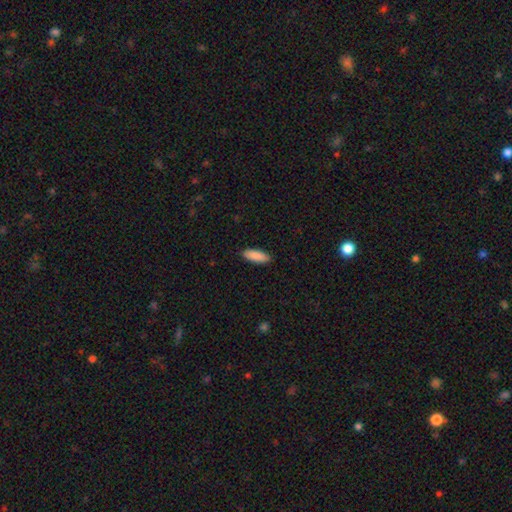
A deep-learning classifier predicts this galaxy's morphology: This is clearly a smooth galaxy (90%). How rounded: likely in between (62%). Merging: clearly none (90%).